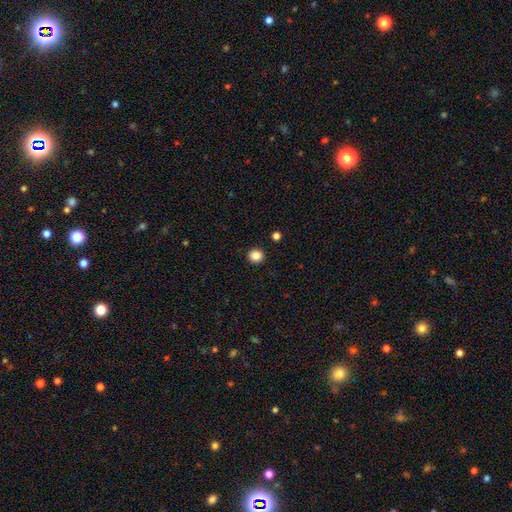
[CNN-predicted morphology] smooth-or-featured: smooth: 87% | star or artifact: 11% | featured or disk: 3%
  how-rounded: round: 88% | in between: 11% | cigar-shaped: 1%
  merging: none: 92% | minor disturbance: 5% | major disturbance: 2% | merger: 1%